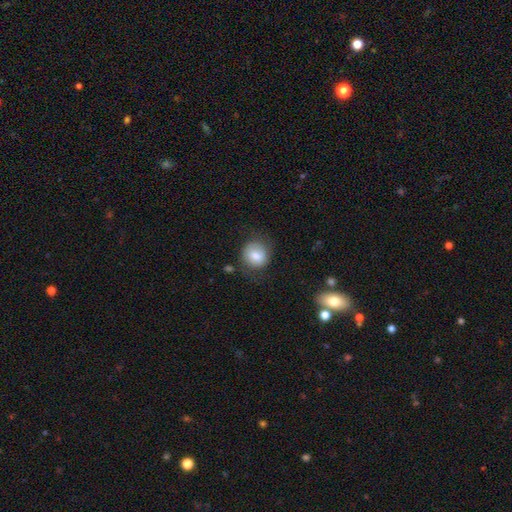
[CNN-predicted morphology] Smooth or featured: smooth — 76% (featured or disk — 16%)
How rounded: round — 81% (in between — 18%)
Merging: none — 71% (minor disturbance — 18%)